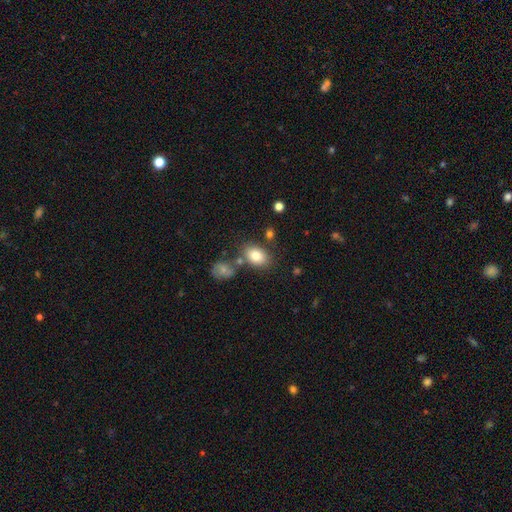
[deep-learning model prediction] Morphology: type=smooth (81%); roundness=in between (81%); merging=none (70%).